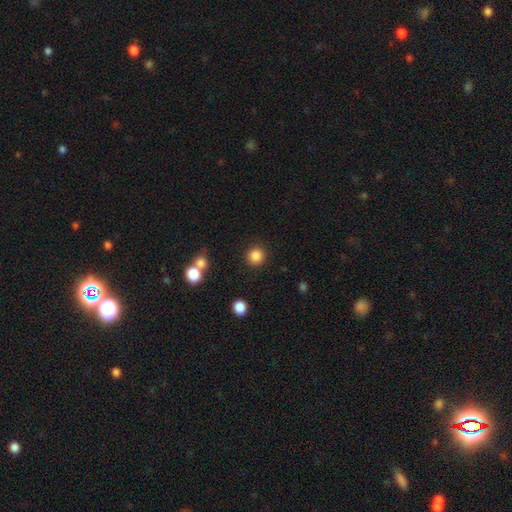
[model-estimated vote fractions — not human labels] This appears to be a smooth galaxy with no disk features (85%) that is round (93%). Merging: none (88%).